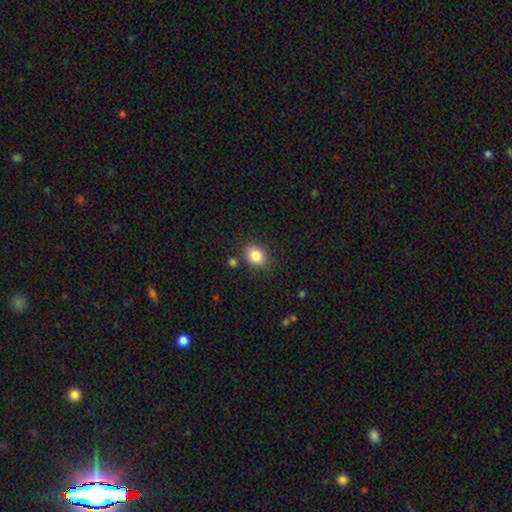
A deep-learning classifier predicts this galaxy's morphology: This is clearly a smooth galaxy (84%). How rounded: possibly round (52%). Merging: clearly none (82%).